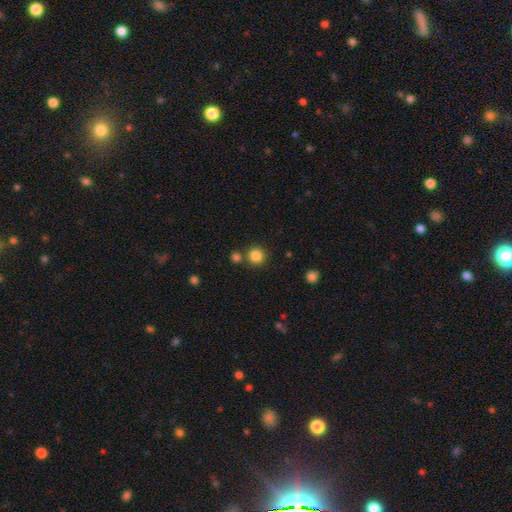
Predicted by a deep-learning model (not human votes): Q: Smooth or featured?
A: smooth (84%); runner-up: star or artifact (12%)
Q: How rounded?
A: round (93%); runner-up: in between (6%)
Q: Merging?
A: none (76%); runner-up: merger (14%)